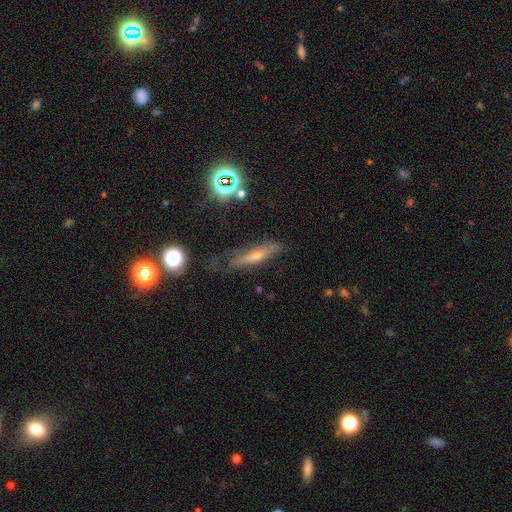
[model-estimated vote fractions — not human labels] featured or disk 47%, smooth 37%, star or artifact 15%. Down the decision tree: merging — none (61%).